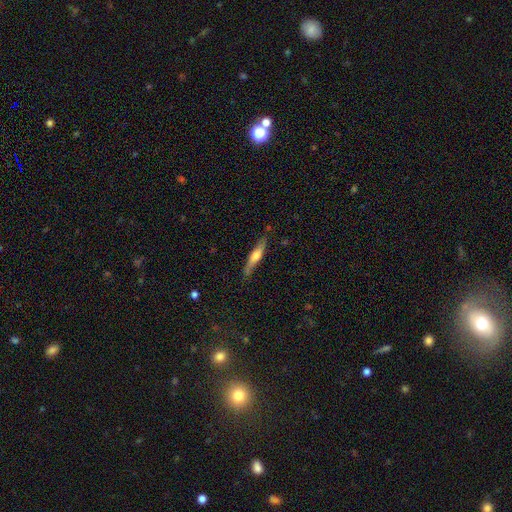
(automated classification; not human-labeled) Smooth or featured?
  - smooth: 48% *
  - featured or disk: 46%
  - star or artifact: 6%
Merging?
  - none: 78% *
  - minor disturbance: 17%
  - major disturbance: 3%
  - merger: 2%